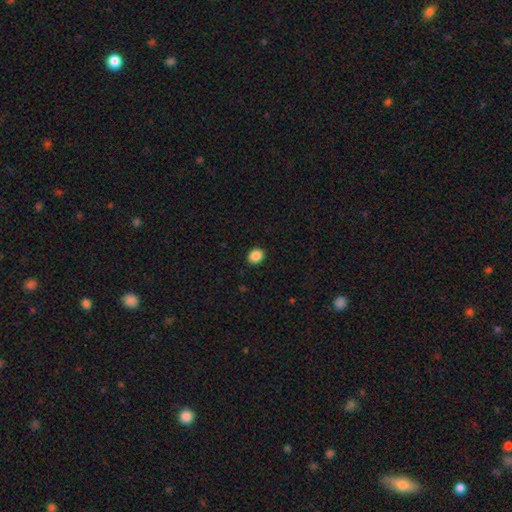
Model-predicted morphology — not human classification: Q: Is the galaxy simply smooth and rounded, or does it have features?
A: smooth — 87%.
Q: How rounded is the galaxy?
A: round — 60%.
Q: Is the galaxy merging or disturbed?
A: none — 91%.